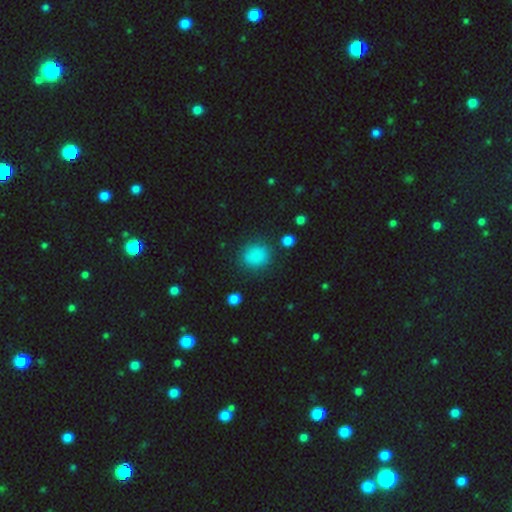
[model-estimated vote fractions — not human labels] Smooth or featured?
  - smooth: 83% *
  - star or artifact: 12%
  - featured or disk: 5%
How rounded?
  - round: 72% *
  - in between: 27%
  - cigar-shaped: 1%
Merging?
  - none: 81% *
  - minor disturbance: 12%
  - major disturbance: 5%
  - merger: 2%